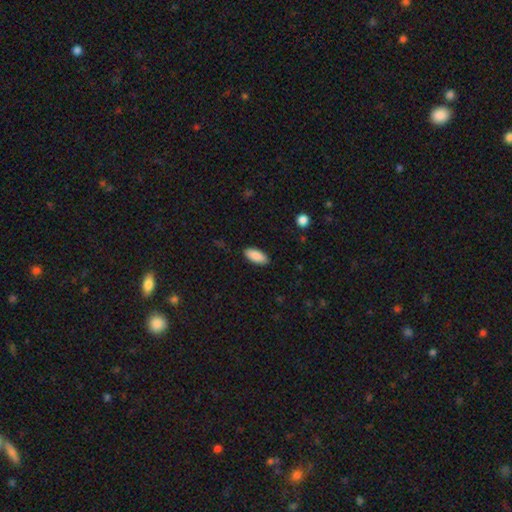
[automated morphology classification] type=smooth (89%); roundness=in between (88%); merging=none (88%).